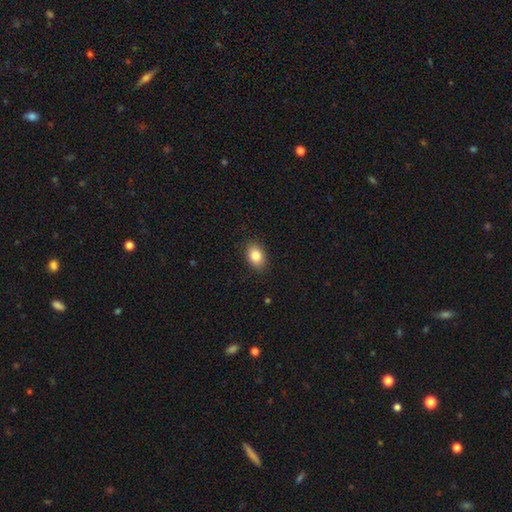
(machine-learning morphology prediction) A smooth galaxy with no disk features (84%) that is in between round and cigar-shaped (83%).

Vote fractions:
- Smooth or featured? smooth: 84% / star or artifact: 8% / featured or disk: 8%
- How rounded? in between: 83% / round: 16% / cigar-shaped: 1%
- Merging? none: 88% / minor disturbance: 9% / major disturbance: 2% / merger: 1%